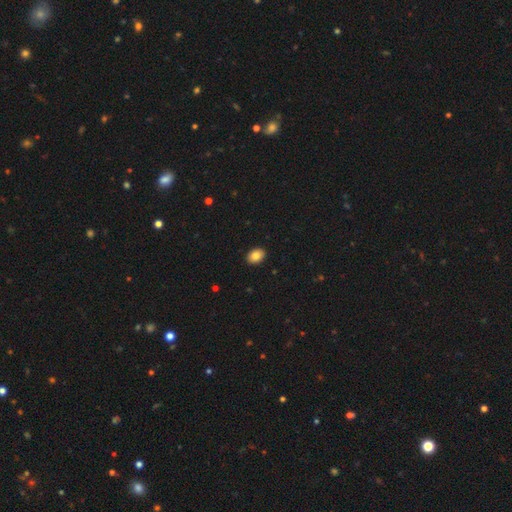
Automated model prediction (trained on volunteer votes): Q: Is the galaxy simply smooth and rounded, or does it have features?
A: smooth — 85%.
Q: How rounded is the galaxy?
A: in between — 75%.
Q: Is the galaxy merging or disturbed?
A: none — 91%.